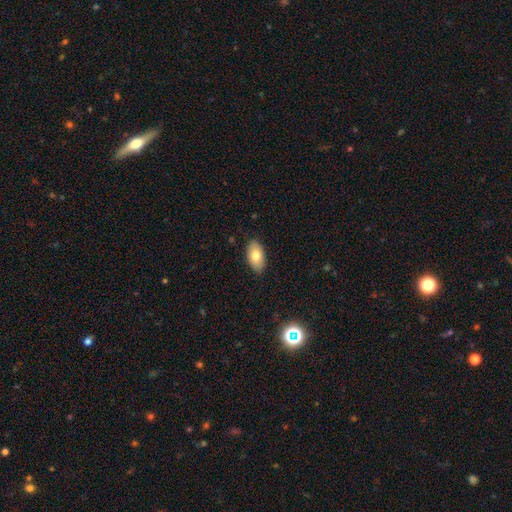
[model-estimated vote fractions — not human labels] A smooth galaxy with no disk features (80%) that is in between round and cigar-shaped (94%).

Vote fractions:
- Smooth or featured? smooth: 80% / featured or disk: 14% / star or artifact: 7%
- How rounded? in between: 94% / round: 4% / cigar-shaped: 2%
- Merging? none: 87% / minor disturbance: 10% / major disturbance: 2% / merger: 1%